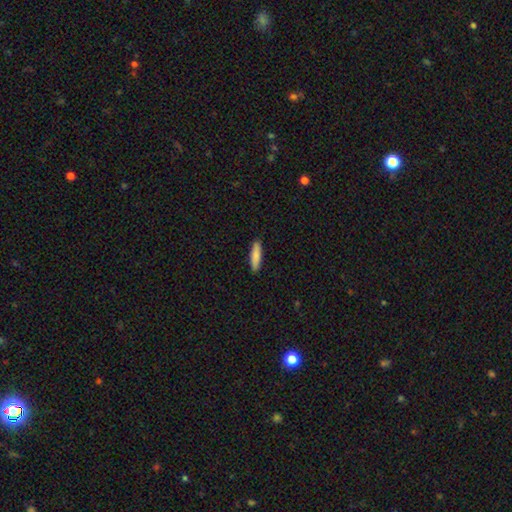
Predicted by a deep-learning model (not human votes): A smooth galaxy with no disk features (85%) that is cigar-shaped (74%). Merging: none (90%).